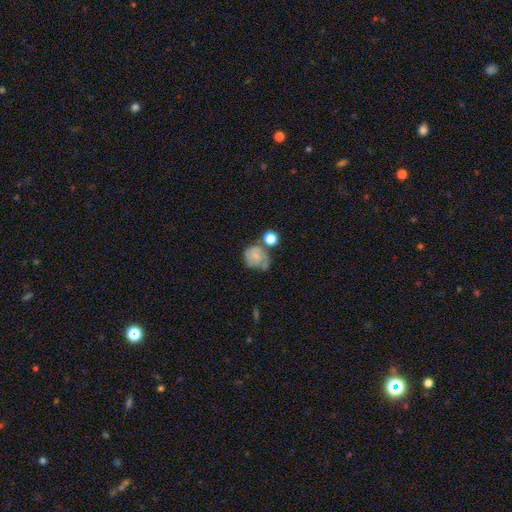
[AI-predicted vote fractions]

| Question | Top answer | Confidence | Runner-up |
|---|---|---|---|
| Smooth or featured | smooth | 59% | featured or disk (32%) |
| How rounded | round | 71% | in between (28%) |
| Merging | none | 40% | minor disturbance (27%) |